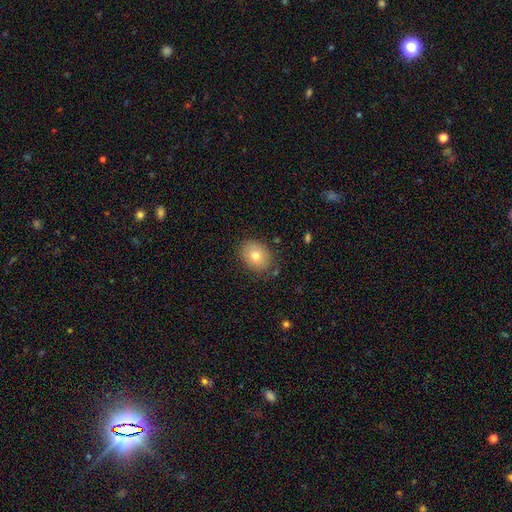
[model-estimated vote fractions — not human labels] smooth-or-featured: smooth: 76% | featured or disk: 15% | star or artifact: 9%
  how-rounded: in between: 54% | round: 45% | cigar-shaped: 1%
  merging: none: 81% | minor disturbance: 14% | major disturbance: 3% | merger: 2%